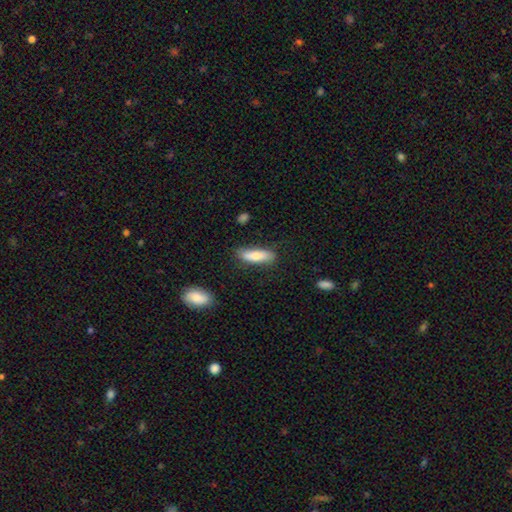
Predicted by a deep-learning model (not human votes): The model was most divided on "how rounded": cigar-shaped: 54%, in between: 44%, round: 2%. More confident: merging — none (80%); smooth or featured — smooth (75%).